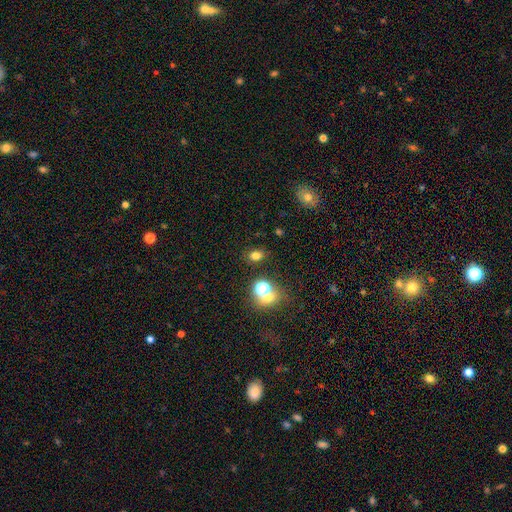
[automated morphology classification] Smooth or featured? smooth (73%)
How rounded? in between (62%)
Merging? none (81%)